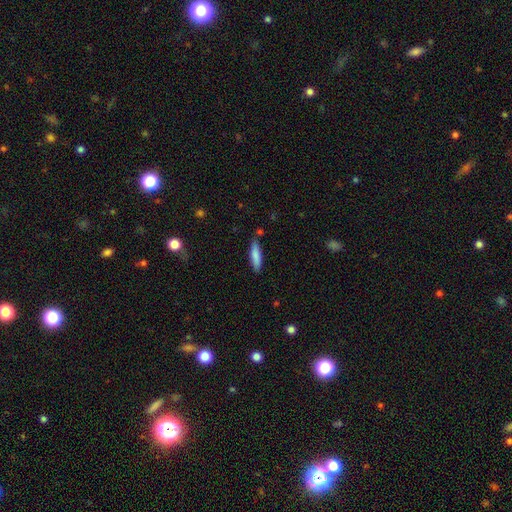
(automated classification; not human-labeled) Q: Smooth or featured?
A: smooth (81%); runner-up: featured or disk (13%)
Q: How rounded?
A: cigar-shaped (74%); runner-up: in between (25%)
Q: Merging?
A: none (81%); runner-up: minor disturbance (13%)